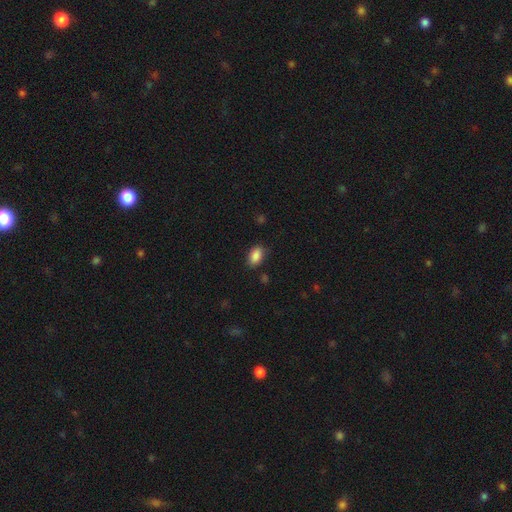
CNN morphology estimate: The model was most divided on "merging": none: 84%, minor disturbance: 12%, major disturbance: 3%, merger: 1%. More confident: how rounded — in between (90%); smooth or featured — smooth (88%).